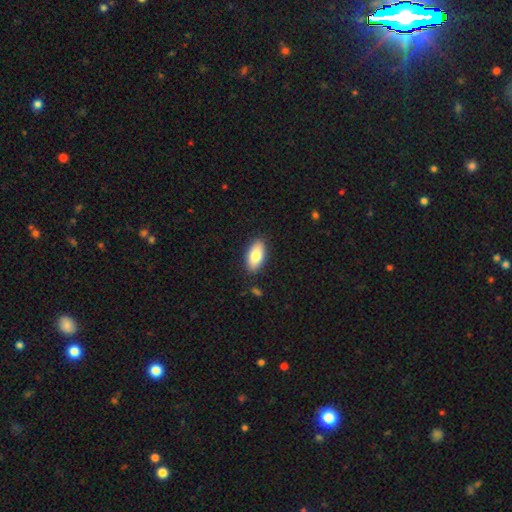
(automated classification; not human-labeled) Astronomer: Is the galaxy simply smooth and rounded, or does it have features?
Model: smooth — 80%.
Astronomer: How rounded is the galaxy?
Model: in between — 90%.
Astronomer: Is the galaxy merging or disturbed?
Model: none — 87%.